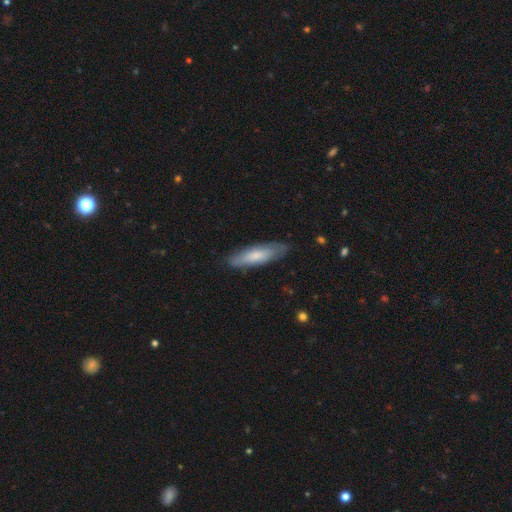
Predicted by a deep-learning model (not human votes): Smooth or featured? smooth (68%)
How rounded? cigar-shaped (62%)
Merging? none (81%)